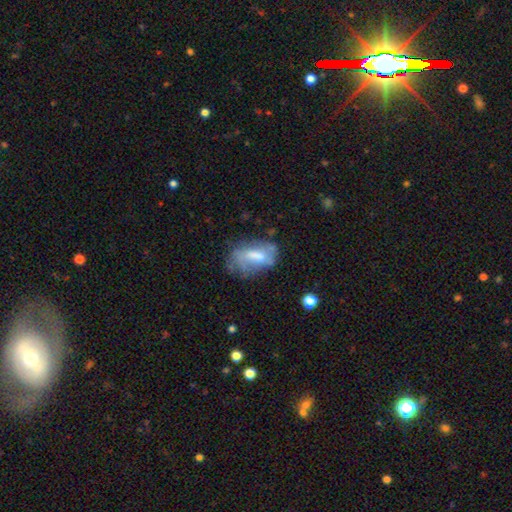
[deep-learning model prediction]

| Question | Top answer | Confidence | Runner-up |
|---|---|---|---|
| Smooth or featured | smooth | 50% | featured or disk (40%) |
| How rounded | in between | 86% | round (8%) |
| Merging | none | 41% | minor disturbance (29%) |